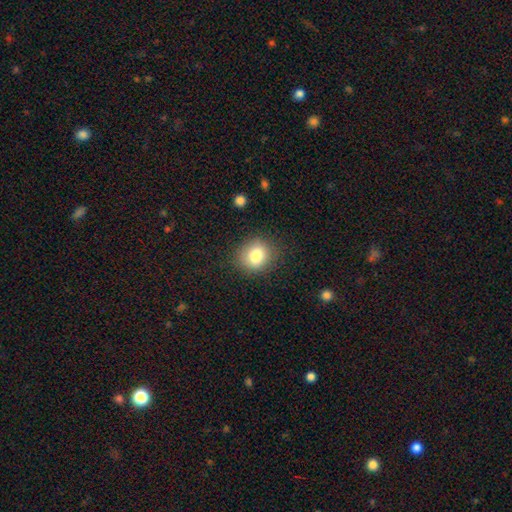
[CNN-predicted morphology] smooth_or_featured: smooth (p=0.82) [alt: star or artifact p=0.10]
how_rounded: round (p=0.73) [alt: in between p=0.26]
merging: none (p=0.84) [alt: minor disturbance p=0.11]